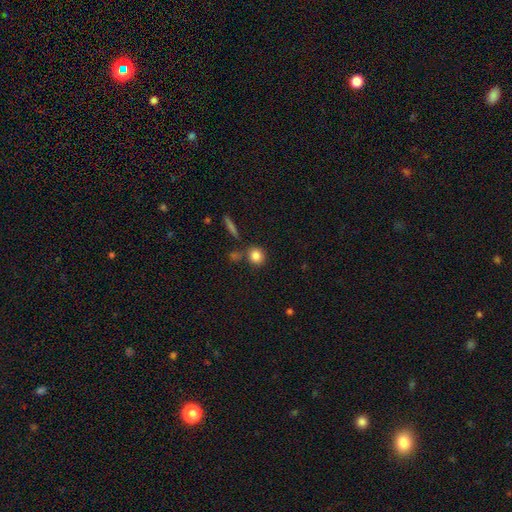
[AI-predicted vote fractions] Smooth or featured? Predicted: smooth (p=0.84). How rounded? Predicted: round (p=0.79). Merging? Predicted: none (p=0.74).